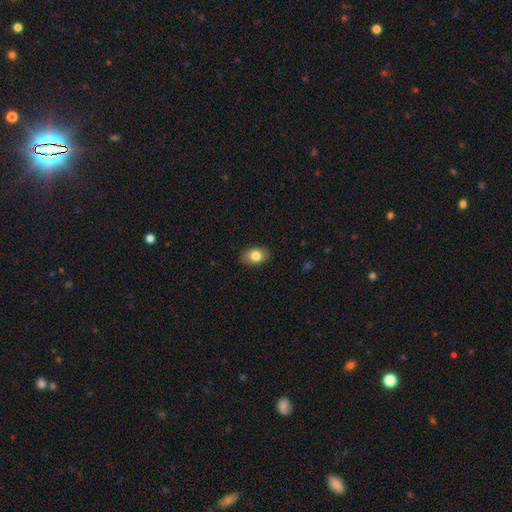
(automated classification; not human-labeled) This appears to be a smooth galaxy with no disk features (82%) that is in between round and cigar-shaped (83%). Merging: none (88%).